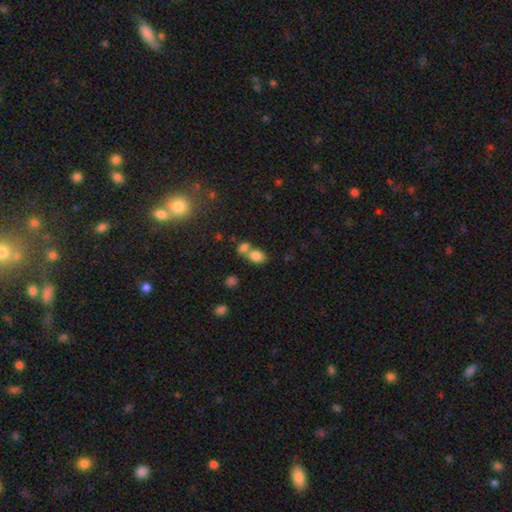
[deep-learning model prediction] This is clearly a smooth galaxy (81%). How rounded: likely in between (78%). Merging: possibly merger (51%).